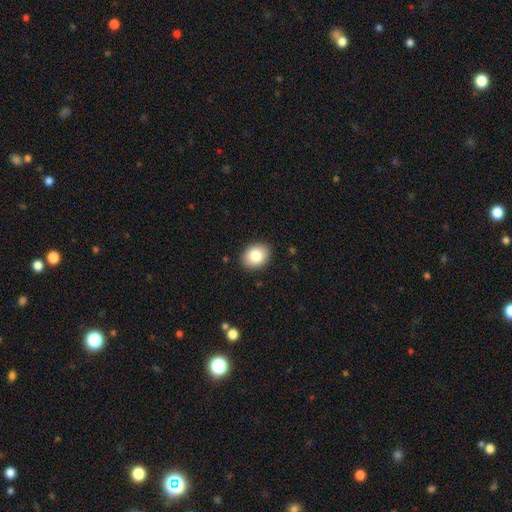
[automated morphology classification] A smooth galaxy with no disk features (83%) that is in between round and cigar-shaped (58%). Merging: none (90%).